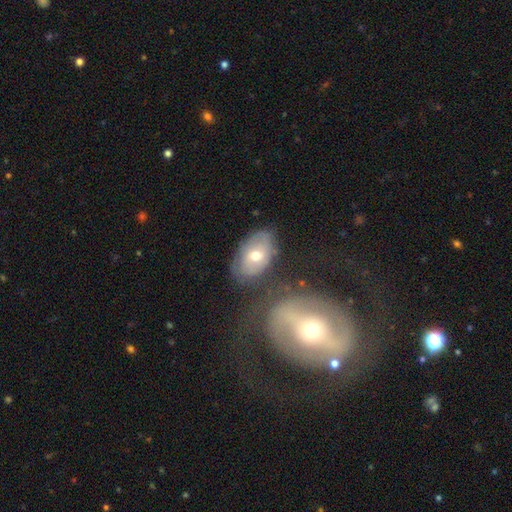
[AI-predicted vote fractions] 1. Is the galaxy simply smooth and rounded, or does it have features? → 51% smooth, 41% featured or disk, 8% star or artifact.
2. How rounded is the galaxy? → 86% in between, 13% round, 1% cigar-shaped.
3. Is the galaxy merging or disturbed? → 60% none, 20% minor disturbance, 11% merger, 8% major disturbance.